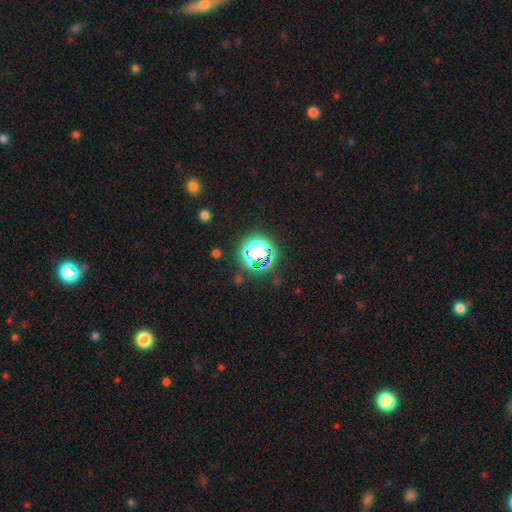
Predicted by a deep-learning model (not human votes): Morphology: type=star or artifact (55%).